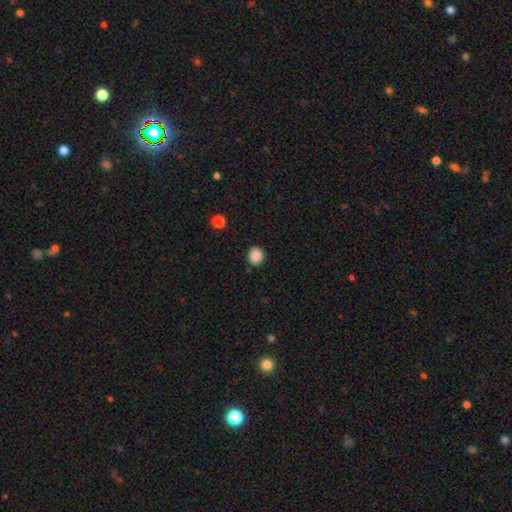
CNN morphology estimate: Smooth or featured?
  - smooth: 88% *
  - star or artifact: 9%
  - featured or disk: 3%
How rounded?
  - round: 78% *
  - in between: 21%
  - cigar-shaped: 1%
Merging?
  - none: 89% *
  - minor disturbance: 7%
  - major disturbance: 2%
  - merger: 1%